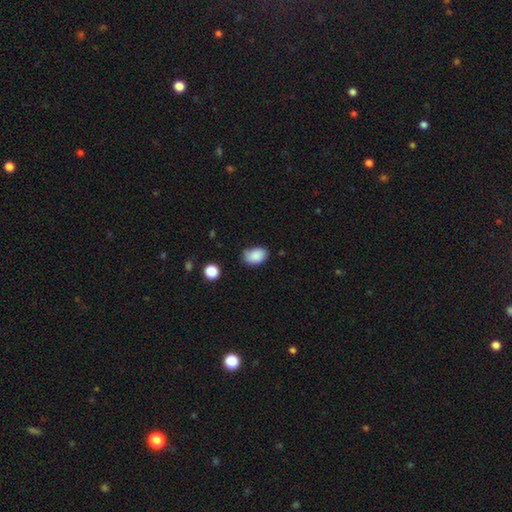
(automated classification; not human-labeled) smooth_or_featured: smooth (p=0.87) [alt: star or artifact p=0.08]
how_rounded: in between (p=0.83) [alt: round p=0.15]
merging: none (p=0.63) [alt: minor disturbance p=0.29]